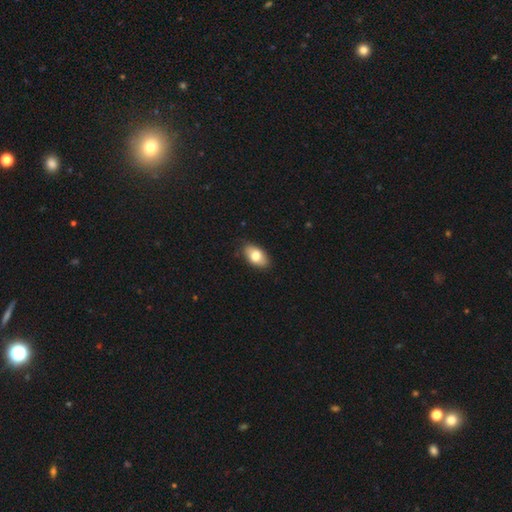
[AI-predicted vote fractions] Morphology: type=smooth (78%); roundness=in between (92%); merging=none (84%).